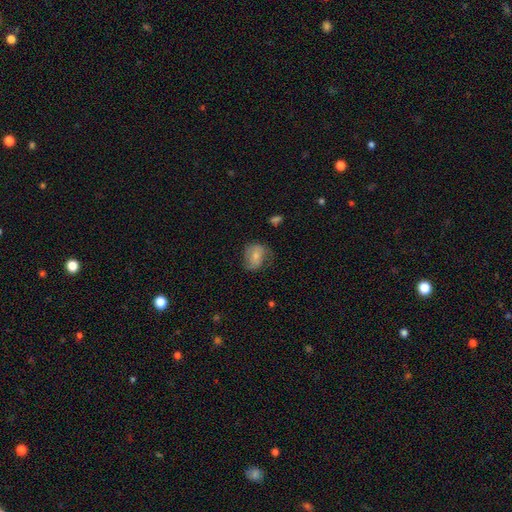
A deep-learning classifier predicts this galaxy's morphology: Overall: smooth (66%; featured or disk 26%). How rounded: in between (55%; round 44%). Merging: none (52%; minor disturbance 30%).